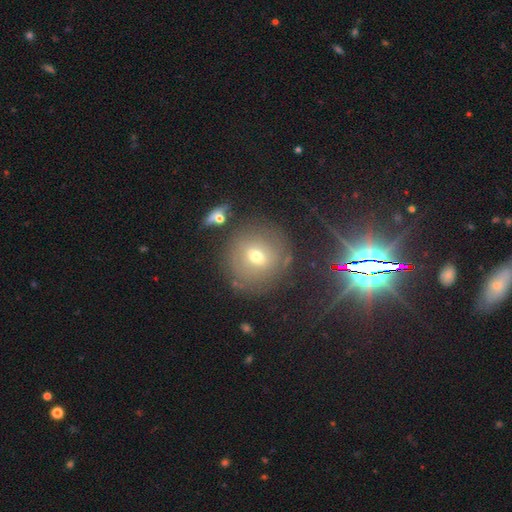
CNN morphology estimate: Smooth or featured: smooth — 44% (featured or disk — 29%)
Merging: none — 81% (minor disturbance — 11%)